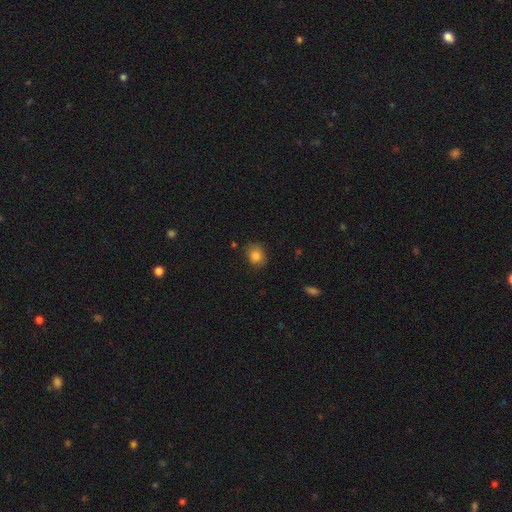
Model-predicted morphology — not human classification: A smooth galaxy with no disk features (84%) that is round (63%).

Vote fractions:
- Smooth or featured? smooth: 84% / star or artifact: 10% / featured or disk: 6%
- How rounded? round: 63% / in between: 36% / cigar-shaped: 1%
- Merging? none: 78% / minor disturbance: 17% / major disturbance: 4% / merger: 2%